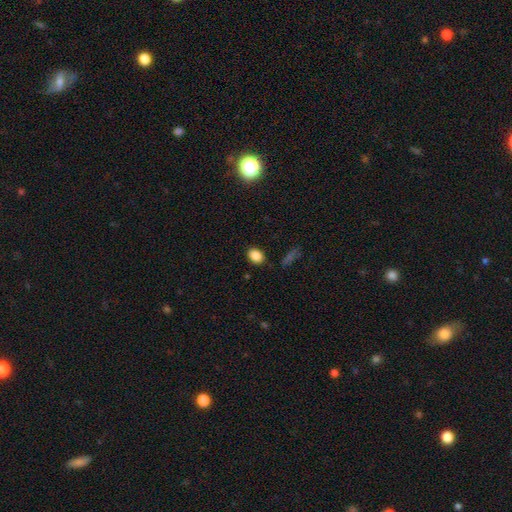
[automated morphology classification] smooth_or_featured: smooth (p=0.85) [alt: star or artifact p=0.10]
how_rounded: in between (p=0.63) [alt: round p=0.36]
merging: none (p=0.86) [alt: minor disturbance p=0.09]